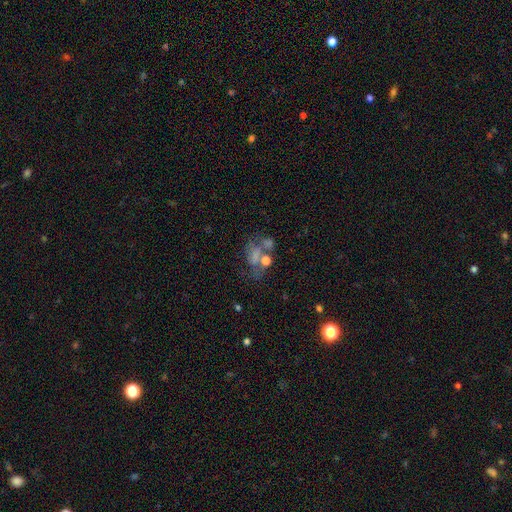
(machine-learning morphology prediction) Smooth or featured? smooth (44%)
Merging? merger (29%)